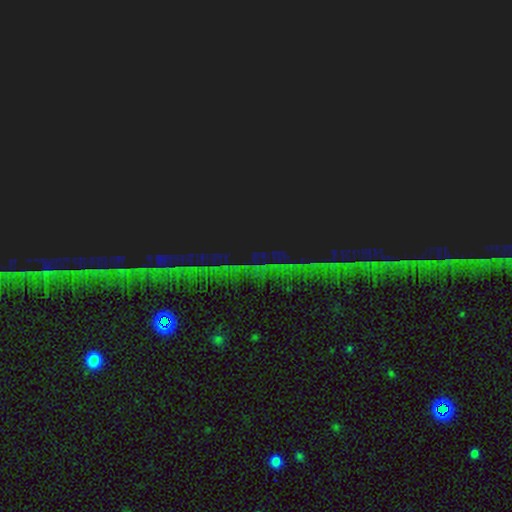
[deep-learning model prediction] star or artifact 86%, smooth 7%, featured or disk 7%.